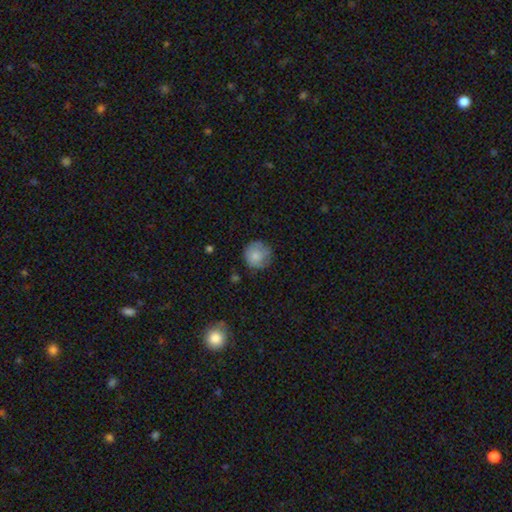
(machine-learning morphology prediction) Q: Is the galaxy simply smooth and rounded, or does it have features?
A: smooth — 79%.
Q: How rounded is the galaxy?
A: round — 93%.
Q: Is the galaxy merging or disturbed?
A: none — 74%.